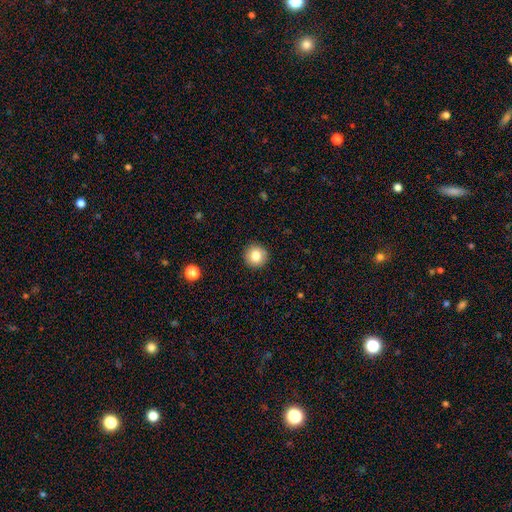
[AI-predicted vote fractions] Overall: smooth (83%). How rounded: round (95%). Merging: none (92%).